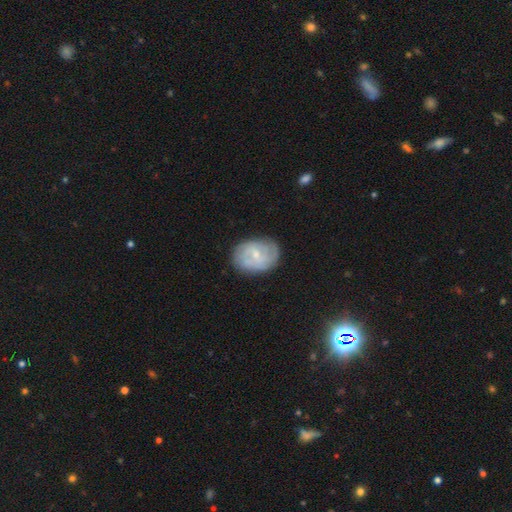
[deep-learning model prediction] A featured or disk galaxy (60%) with no bar (47%), spiral arms (81%) and a small central bulge (64%).

Vote fractions:
- Smooth or featured? featured or disk: 60% / smooth: 33% / star or artifact: 7%
- Edge-on disk? no: 97% / yes: 3%
- Bar? no: 47% / weak: 46% / strong: 7%
- Spiral arms? yes: 81% / no: 19%
- Bulge size? small: 64% / moderate: 29% / none: 5% / large: 1% / dominant: 1%
- Merging? none: 77% / minor disturbance: 17% / major disturbance: 5% / merger: 1%